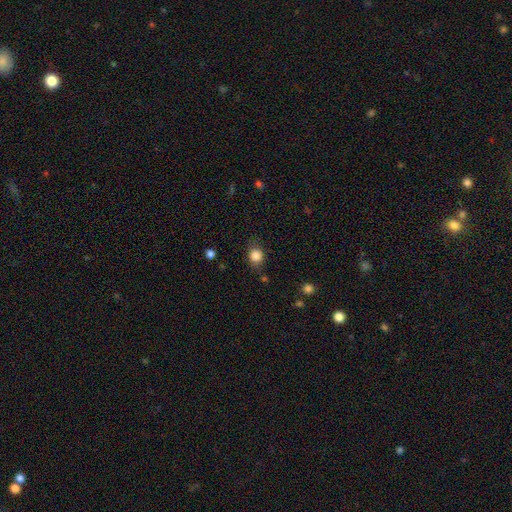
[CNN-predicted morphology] smooth-or-featured: smooth: 85% | star or artifact: 10% | featured or disk: 5%
  how-rounded: round: 72% | in between: 27% | cigar-shaped: 1%
  merging: none: 77% | minor disturbance: 16% | major disturbance: 5% | merger: 2%